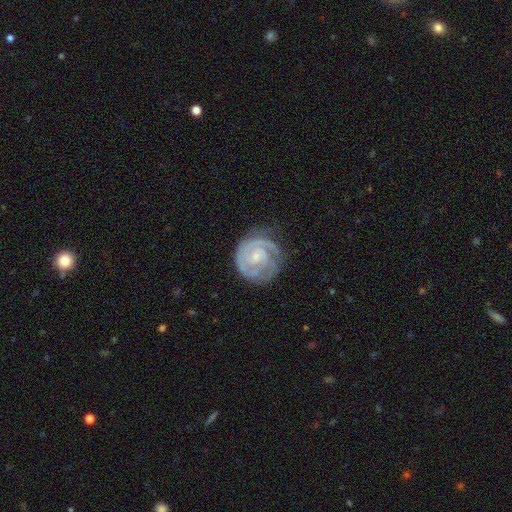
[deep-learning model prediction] Smooth or featured? featured or disk (85%)
Edge-on disk? no (98%)
Bar? no (64%)
Spiral arms? yes (96%)
Spiral winding? tight (75%)
Spiral arm count? 2 (48%)
Bulge size? small (69%)
Merging? none (72%)